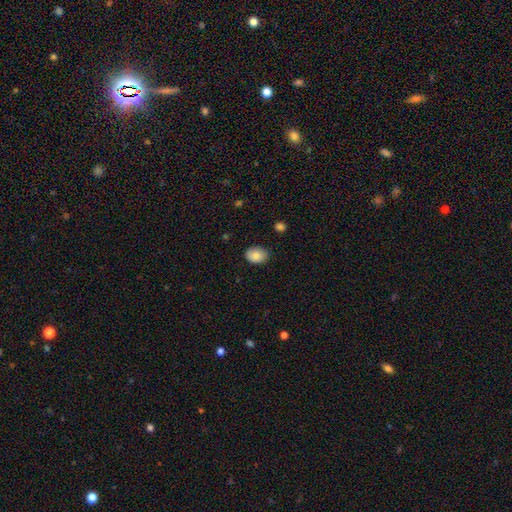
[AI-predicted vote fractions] A smooth galaxy with no disk features (83%) that is in between round and cigar-shaped (65%). Merging: none (77%).